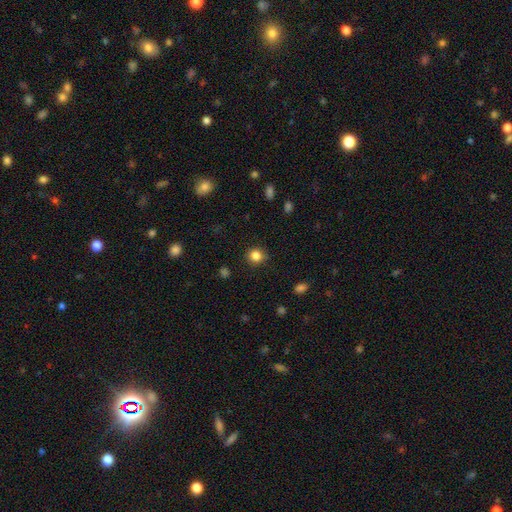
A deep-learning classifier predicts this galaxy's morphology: smooth-or-featured: smooth: 84% | star or artifact: 11% | featured or disk: 5%
  how-rounded: round: 86% | in between: 13% | cigar-shaped: 1%
  merging: none: 87% | minor disturbance: 9% | major disturbance: 2% | merger: 1%